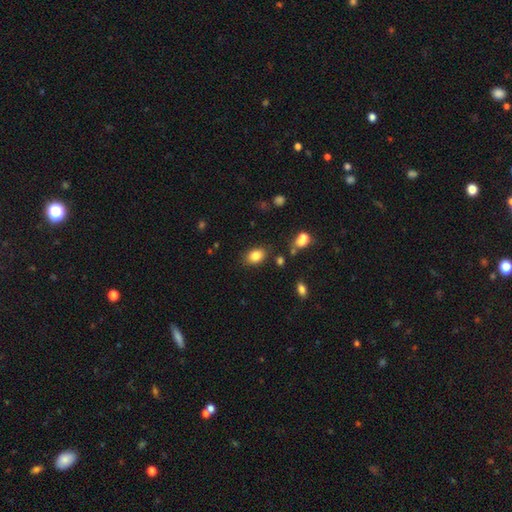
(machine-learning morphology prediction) A smooth galaxy with no disk features (84%) that is in between round and cigar-shaped (80%).

Vote fractions:
- Smooth or featured? smooth: 84% / star or artifact: 9% / featured or disk: 7%
- How rounded? in between: 80% / round: 19% / cigar-shaped: 1%
- Merging? none: 82% / minor disturbance: 12% / major disturbance: 3% / merger: 3%